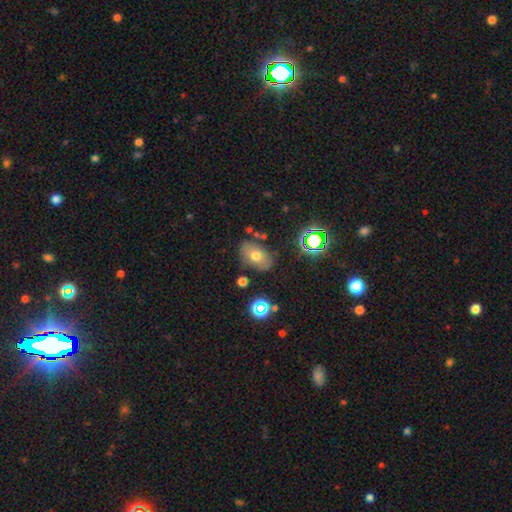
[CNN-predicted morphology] smooth 65%, featured or disk 20%, star or artifact 15%. Down the decision tree: how rounded — in between (84%); merging — none (74%).